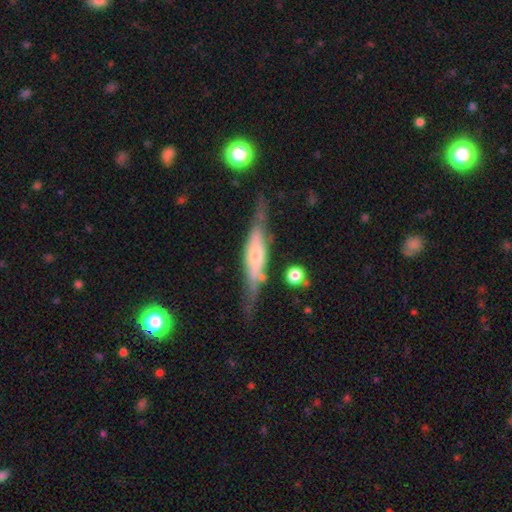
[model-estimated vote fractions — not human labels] This appears to be a featured or disk galaxy (69%) viewed edge-on (88%) with a rounded central bulge (65%). Merging: none (70%).